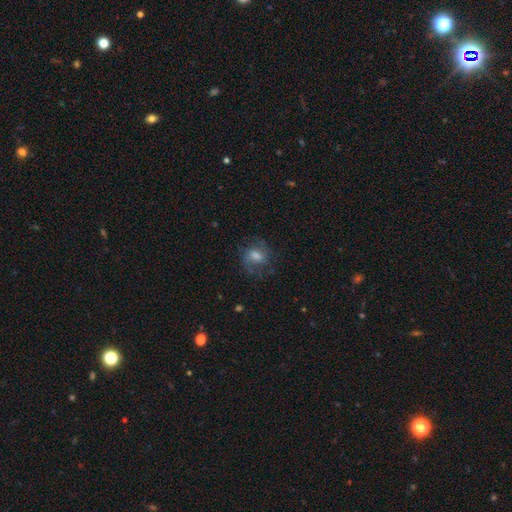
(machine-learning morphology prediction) smooth-or-featured: featured or disk: 46% | smooth: 39% | star or artifact: 15%
  merging: none: 69% | minor disturbance: 18% | major disturbance: 12% | merger: 1%